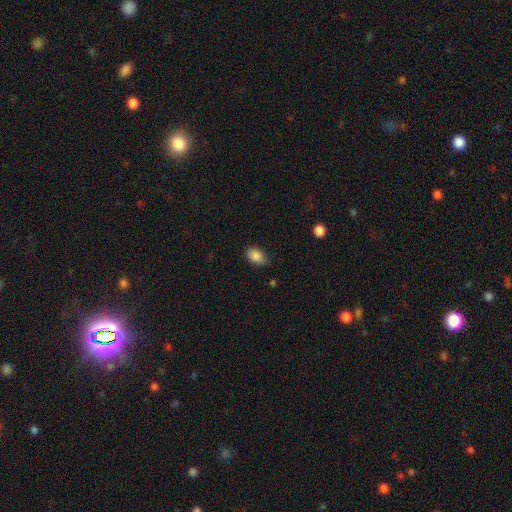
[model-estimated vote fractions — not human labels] Smooth or featured? Predicted: smooth (p=0.87). How rounded? Predicted: in between (p=0.85). Merging? Predicted: none (p=0.83).